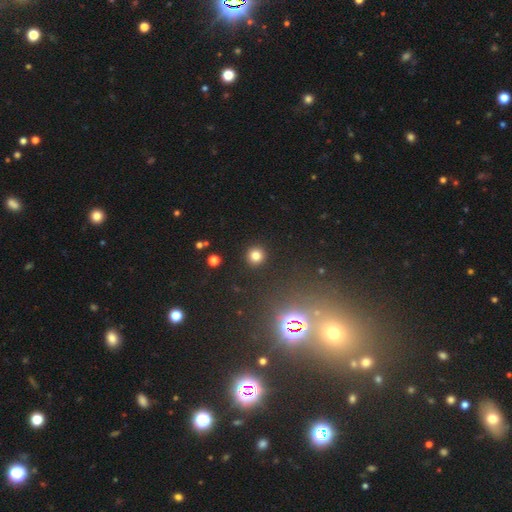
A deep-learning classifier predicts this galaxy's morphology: Smooth or featured? Predicted: smooth (p=0.79). How rounded? Predicted: round (p=0.93). Merging? Predicted: none (p=0.92).